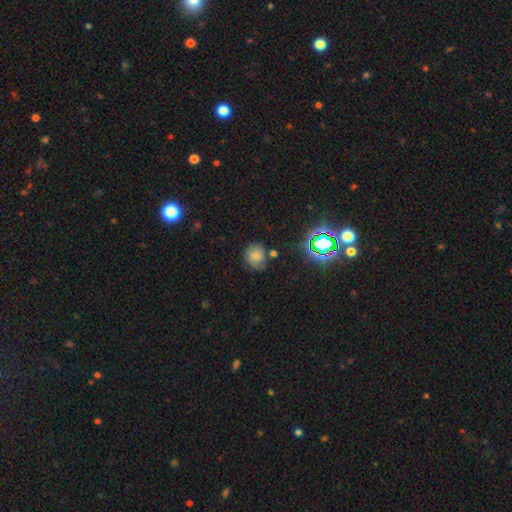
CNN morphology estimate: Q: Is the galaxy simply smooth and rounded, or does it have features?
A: smooth — 61%.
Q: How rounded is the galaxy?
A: round — 82%.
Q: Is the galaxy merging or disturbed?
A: none — 66%.